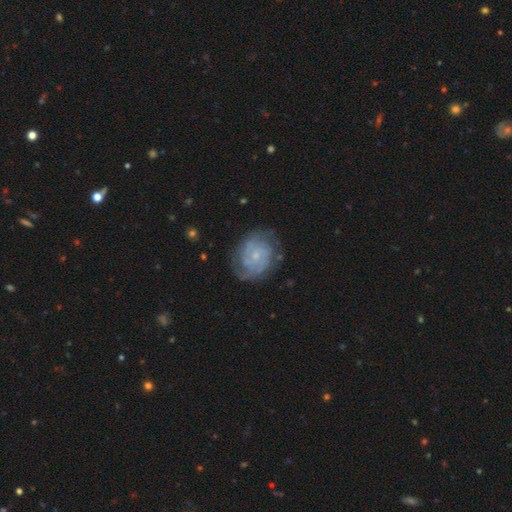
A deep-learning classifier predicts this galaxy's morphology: Q: Smooth or featured?
A: featured or disk (81%); runner-up: smooth (13%)
Q: Edge-on disk?
A: no (98%); runner-up: yes (2%)
Q: Bar?
A: no (72%); runner-up: weak (25%)
Q: Spiral arms?
A: yes (94%); runner-up: no (6%)
Q: Spiral winding?
A: tight (64%); runner-up: medium (29%)
Q: Spiral arm count?
A: 2 (40%); runner-up: can't tell (28%)
Q: Bulge size?
A: small (75%); runner-up: moderate (18%)
Q: Merging?
A: none (75%); runner-up: minor disturbance (17%)